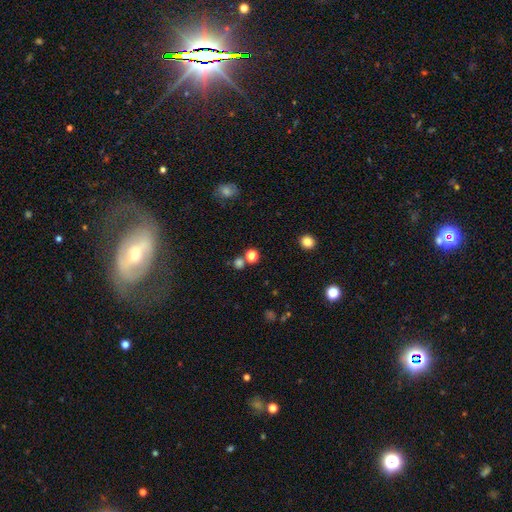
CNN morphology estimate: smooth-or-featured: smooth: 72% | star or artifact: 23% | featured or disk: 5%
  how-rounded: round: 85% | in between: 13% | cigar-shaped: 1%
  merging: none: 72% | merger: 17% | minor disturbance: 7% | major disturbance: 3%